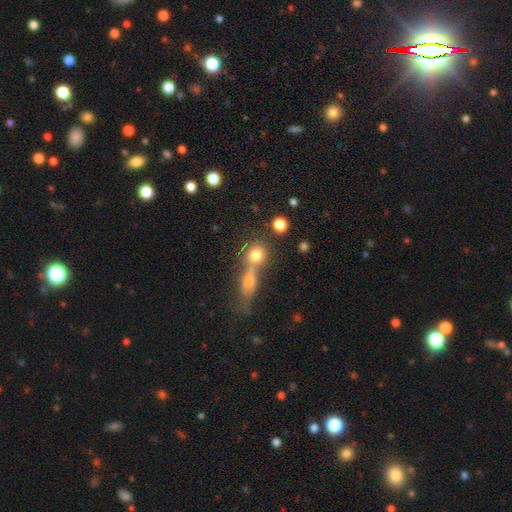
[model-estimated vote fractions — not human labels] Smooth or featured?
  - smooth: 77% *
  - star or artifact: 12%
  - featured or disk: 11%
How rounded?
  - round: 74% *
  - in between: 22%
  - cigar-shaped: 4%
Merging?
  - merger: 46% *
  - none: 41%
  - minor disturbance: 8%
  - major disturbance: 5%